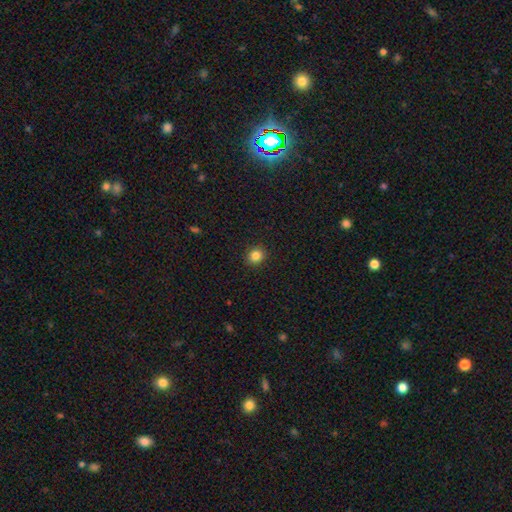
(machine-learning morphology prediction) This appears to be a smooth galaxy with no disk features (84%) that is round (75%). Merging: none (91%).